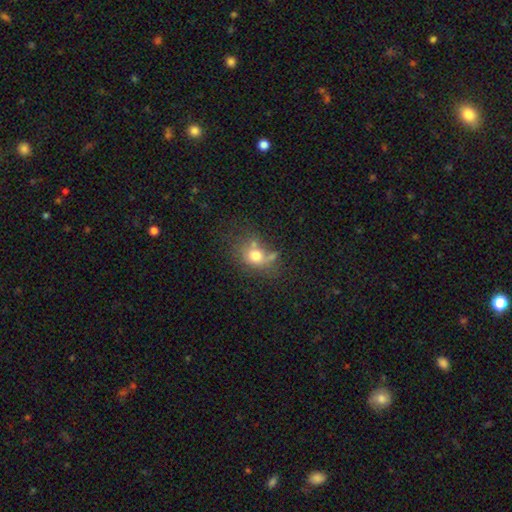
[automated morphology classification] smooth-or-featured: smooth: 70% | featured or disk: 16% | star or artifact: 14%
  how-rounded: round: 57% | in between: 41% | cigar-shaped: 2%
  merging: none: 44% | merger: 21% | minor disturbance: 20% | major disturbance: 15%